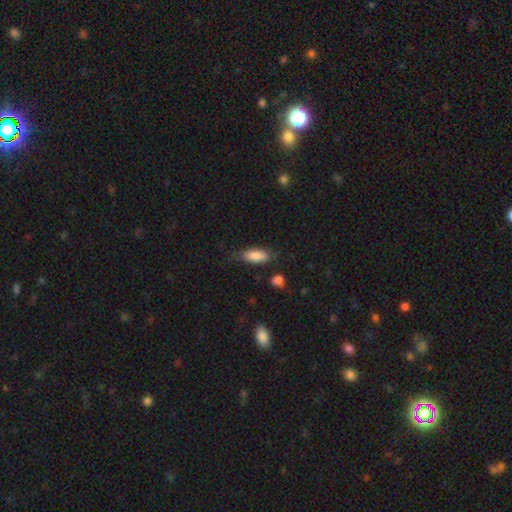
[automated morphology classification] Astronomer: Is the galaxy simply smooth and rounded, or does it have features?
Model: smooth — 83%.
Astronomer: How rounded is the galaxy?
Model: in between — 72%.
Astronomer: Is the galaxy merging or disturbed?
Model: none — 69%.